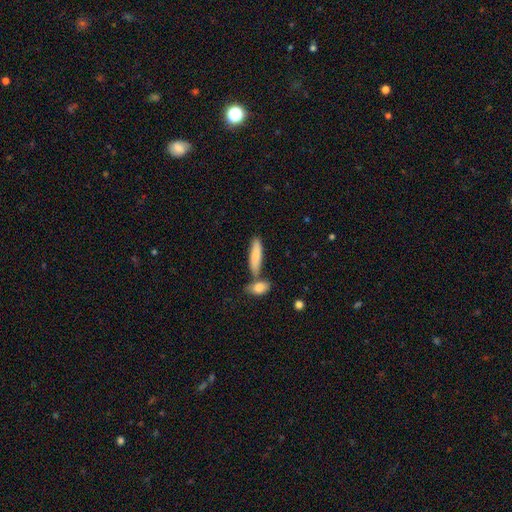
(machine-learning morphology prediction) Q: Smooth or featured?
A: smooth (80%); runner-up: featured or disk (14%)
Q: How rounded?
A: cigar-shaped (69%); runner-up: in between (29%)
Q: Merging?
A: none (62%); runner-up: merger (23%)